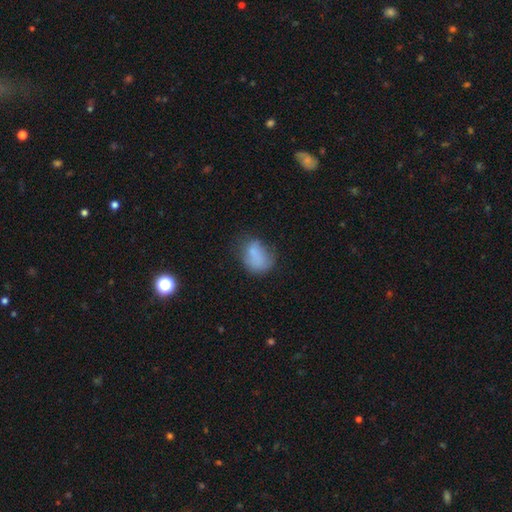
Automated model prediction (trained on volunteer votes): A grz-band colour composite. It shows a smooth galaxy with no disk features (73%) that is in between round and cigar-shaped (65%). Merging: none (44%).